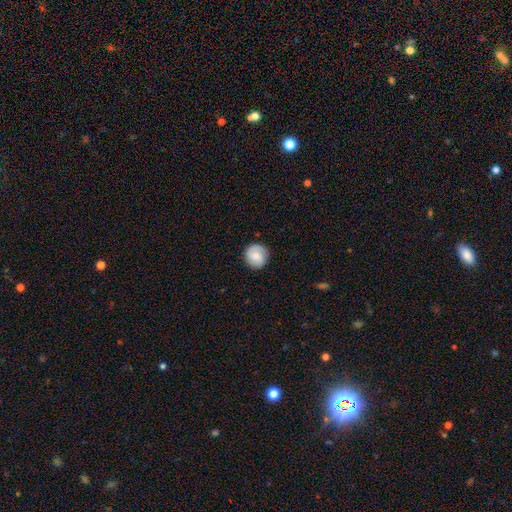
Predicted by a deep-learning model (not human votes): Smooth or featured?
  - smooth: 70% *
  - featured or disk: 23%
  - star or artifact: 7%
How rounded?
  - round: 92% *
  - in between: 7%
  - cigar-shaped: 1%
Merging?
  - none: 85% *
  - minor disturbance: 11%
  - major disturbance: 3%
  - merger: 1%